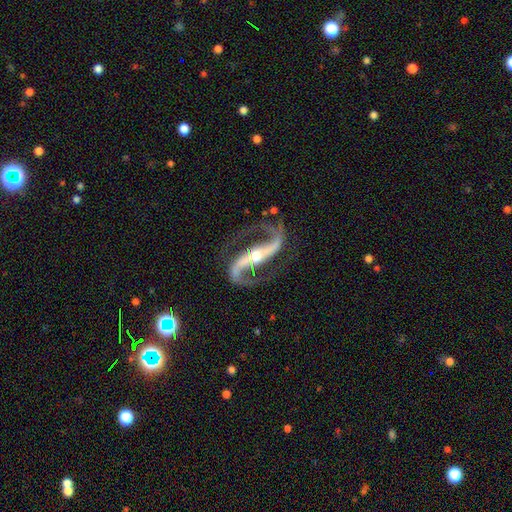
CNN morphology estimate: smooth-or-featured: featured or disk: 94% | star or artifact: 4% | smooth: 2%
  disk-edge-on: no: 95% | yes: 5%
    bar: strong: 68% | weak: 18% | no: 14%
    has-spiral-arms: yes: 98% | no: 2%
      spiral-winding: medium: 49% | loose: 40% | tight: 11%
      spiral-arm-count: 2: 95% | 1: 1% | can't tell: 1% | 3: 1% | 4: 1% | more than 4: 1%
    bulge-size: moderate: 50% | small: 44% | large: 4% | none: 1% | dominant: 1%
  merging: none: 81% | minor disturbance: 11% | major disturbance: 6% | merger: 2%